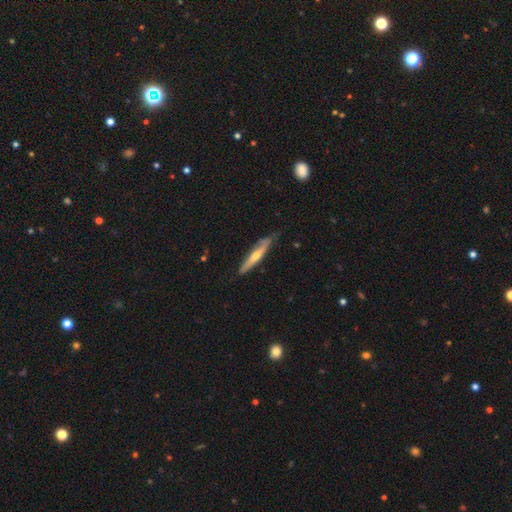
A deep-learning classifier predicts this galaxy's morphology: smooth_or_featured: featured or disk (p=0.56) [alt: smooth p=0.38]
disk_edge_on: yes (p=0.90) [alt: no p=0.10]
edge_on_bulge: rounded (p=0.76) [alt: none p=0.19]
merging: none (p=0.77) [alt: minor disturbance p=0.19]